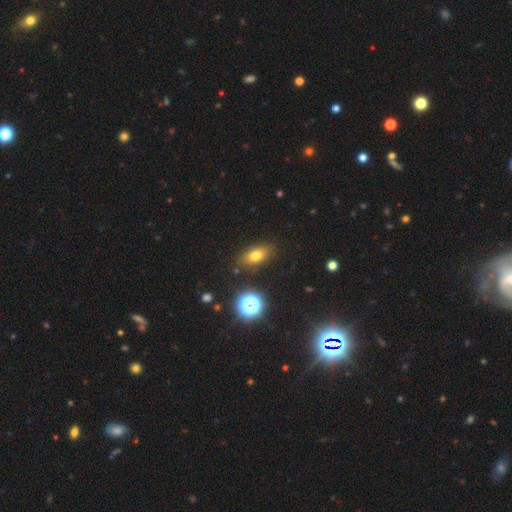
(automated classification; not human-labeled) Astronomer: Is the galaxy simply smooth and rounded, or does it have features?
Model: smooth — 72%.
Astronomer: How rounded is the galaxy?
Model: in between — 78%.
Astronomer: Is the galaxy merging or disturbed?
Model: none — 84%.